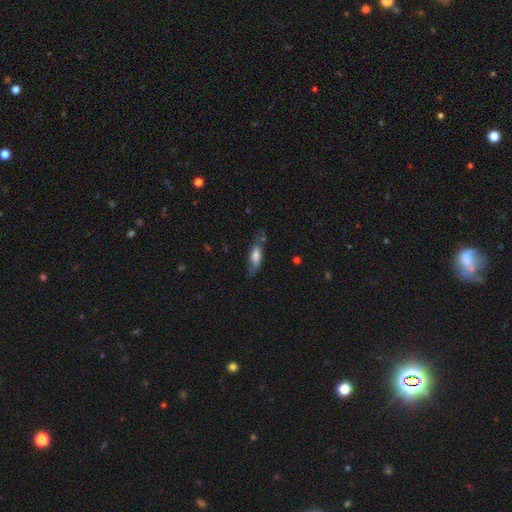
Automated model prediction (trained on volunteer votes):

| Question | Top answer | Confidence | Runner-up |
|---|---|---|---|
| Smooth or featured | smooth | 59% | featured or disk (34%) |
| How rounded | cigar-shaped | 50% | in between (48%) |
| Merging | none | 63% | minor disturbance (25%) |